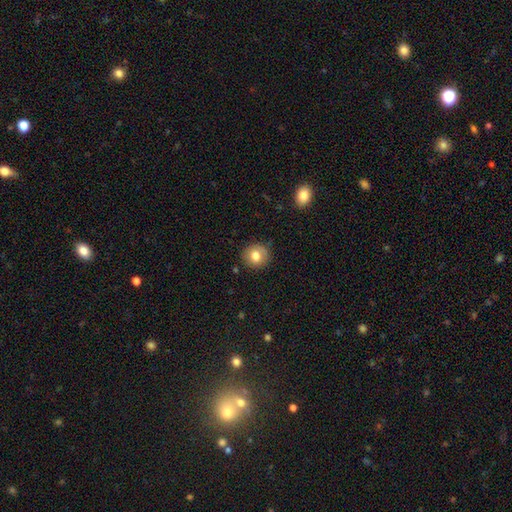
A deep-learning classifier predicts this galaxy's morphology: A smooth galaxy with no disk features (78%) that is round (88%).

Vote fractions:
- Smooth or featured? smooth: 78% / featured or disk: 12% / star or artifact: 10%
- How rounded? round: 88% / in between: 11% / cigar-shaped: 1%
- Merging? none: 84% / minor disturbance: 11% / major disturbance: 3% / merger: 2%